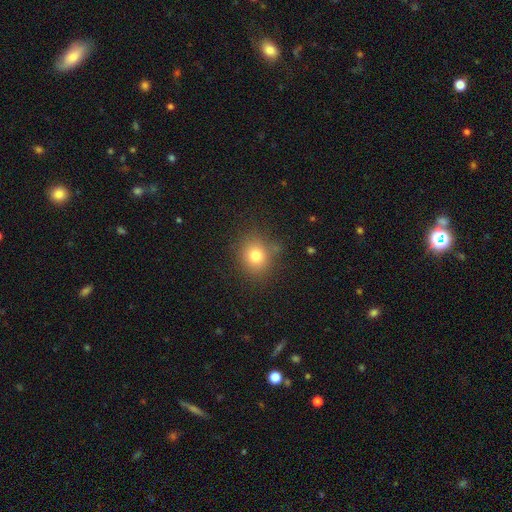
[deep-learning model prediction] Smooth or featured?
  - smooth: 77% *
  - star or artifact: 14%
  - featured or disk: 9%
How rounded?
  - round: 73% *
  - in between: 26%
  - cigar-shaped: 1%
Merging?
  - none: 77% *
  - minor disturbance: 15%
  - major disturbance: 5%
  - merger: 3%